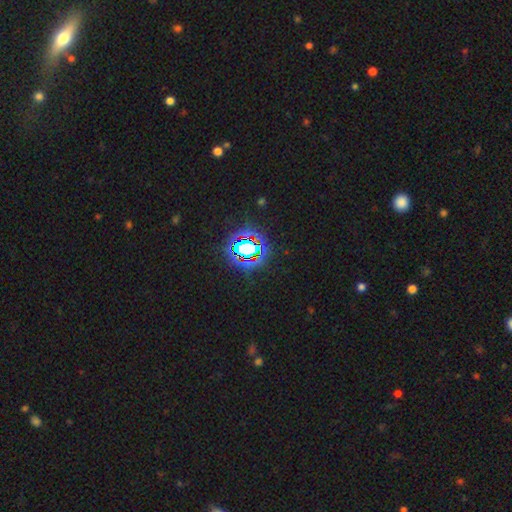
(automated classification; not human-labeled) A star or artifact, not a galaxy (81%).

Vote fractions:
- Smooth or featured? star or artifact: 81% / smooth: 11% / featured or disk: 7%